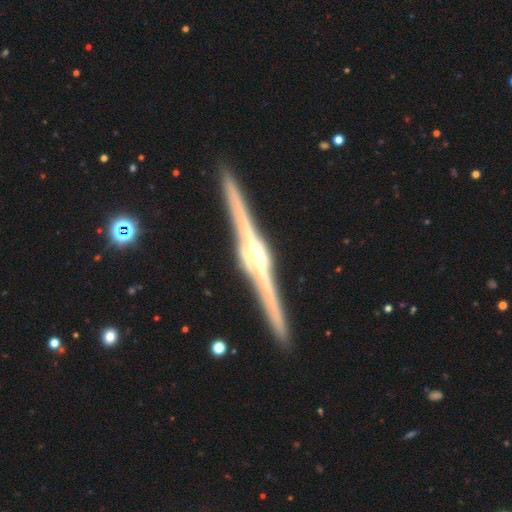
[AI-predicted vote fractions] Smooth or featured? featured or disk (89%)
Edge-on disk? yes (98%)
Edge-on bulge? rounded (82%)
Merging? none (90%)